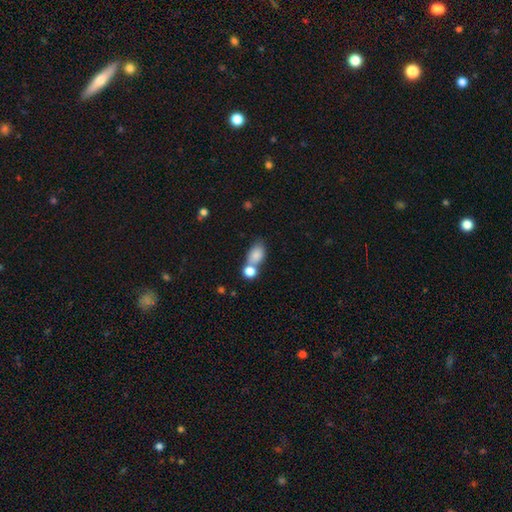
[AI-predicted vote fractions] smooth-or-featured: smooth: 82% | featured or disk: 9% | star or artifact: 9%
  how-rounded: in between: 79% | round: 18% | cigar-shaped: 2%
  merging: merger: 42% | none: 40% | minor disturbance: 13% | major disturbance: 5%